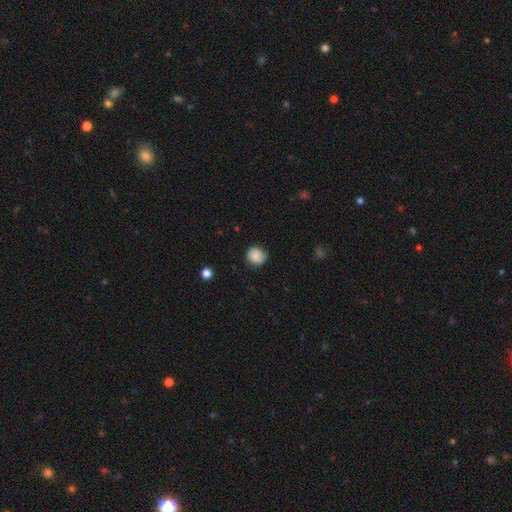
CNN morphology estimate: Smooth or featured? Predicted: smooth (p=0.84). How rounded? Predicted: round (p=0.83). Merging? Predicted: none (p=0.80).